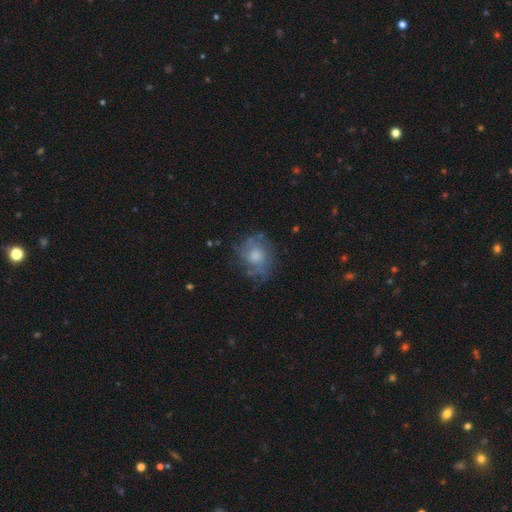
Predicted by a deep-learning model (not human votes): Morphology: type=smooth (48%); merging=none (63%).